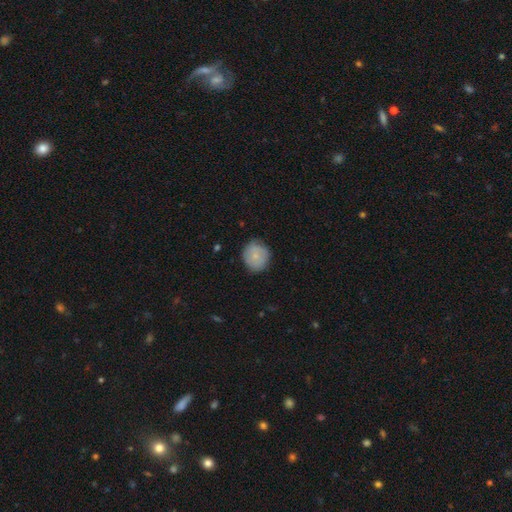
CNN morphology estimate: Overall: smooth (77%). How rounded: round (88%). Merging: none (77%).